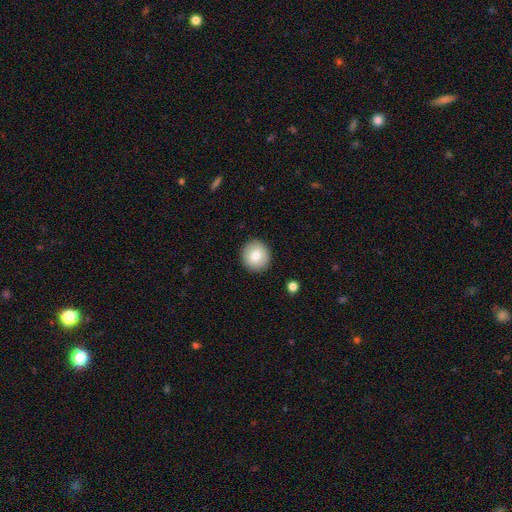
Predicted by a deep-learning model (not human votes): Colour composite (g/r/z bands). It shows a smooth galaxy with no disk features (80%) that is round (92%). Merging: none (91%).